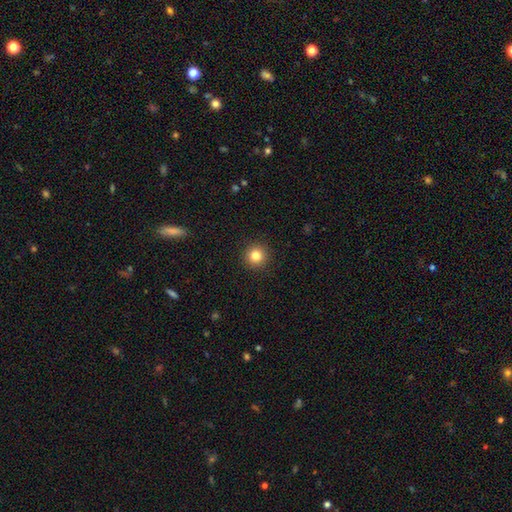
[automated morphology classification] The model was most divided on "smooth or featured": smooth: 83%, star or artifact: 11%, featured or disk: 6%. More confident: how rounded — round (95%); merging — none (92%).